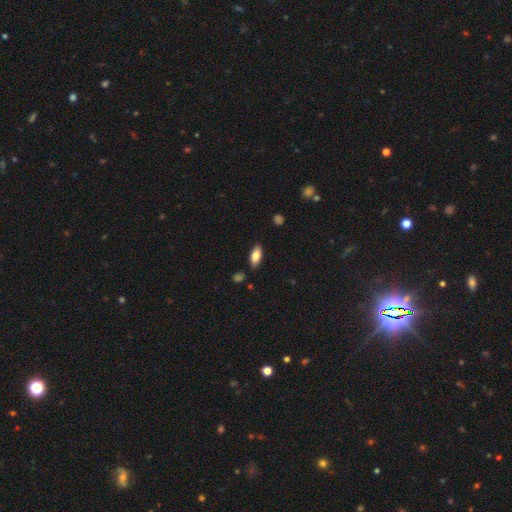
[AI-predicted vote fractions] Smooth or featured?
  - smooth: 80% *
  - featured or disk: 13%
  - star or artifact: 7%
How rounded?
  - in between: 85% *
  - cigar-shaped: 13%
  - round: 2%
Merging?
  - none: 83% *
  - minor disturbance: 12%
  - major disturbance: 2%
  - merger: 2%